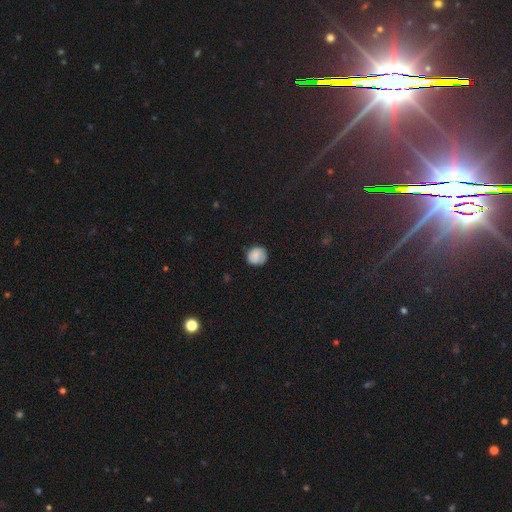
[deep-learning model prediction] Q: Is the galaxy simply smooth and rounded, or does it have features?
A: smooth — 85%.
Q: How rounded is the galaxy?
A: round — 83%.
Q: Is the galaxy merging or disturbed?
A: none — 77%.